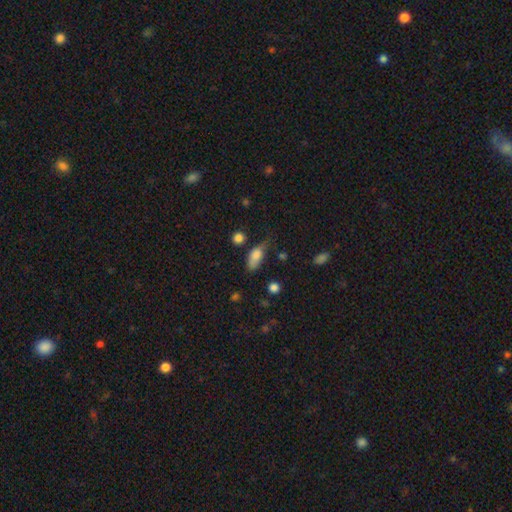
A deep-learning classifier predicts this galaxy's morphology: This is likely a smooth galaxy (80%). How rounded: clearly in between (81%). Merging: marginally minor disturbance (41%).